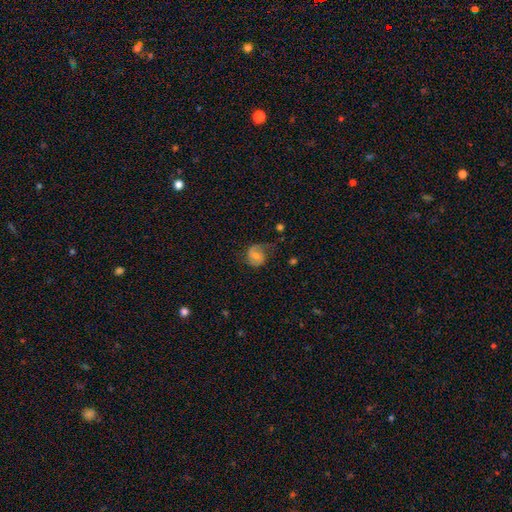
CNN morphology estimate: This appears to be a featured or disk galaxy (46%). Merging: none (60%).